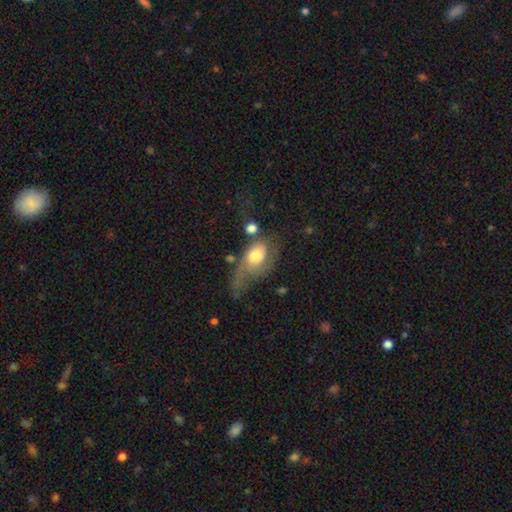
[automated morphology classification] A smooth galaxy with no disk features (59%) that is in between round and cigar-shaped (79%). Merging: major disturbance (47%).